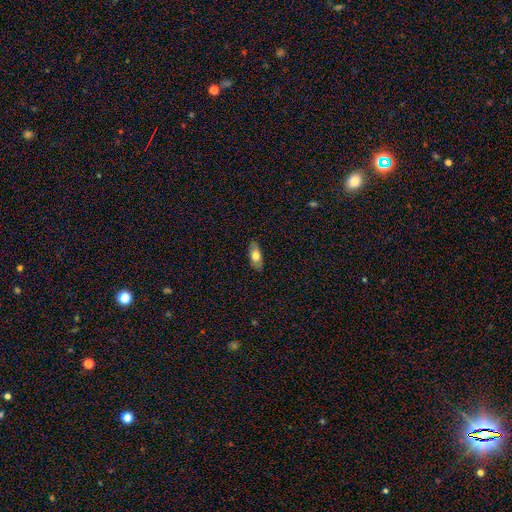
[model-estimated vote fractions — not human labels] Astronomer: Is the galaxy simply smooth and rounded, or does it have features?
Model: smooth — 70%.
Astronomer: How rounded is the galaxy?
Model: in between — 84%.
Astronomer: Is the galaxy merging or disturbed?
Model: none — 83%.